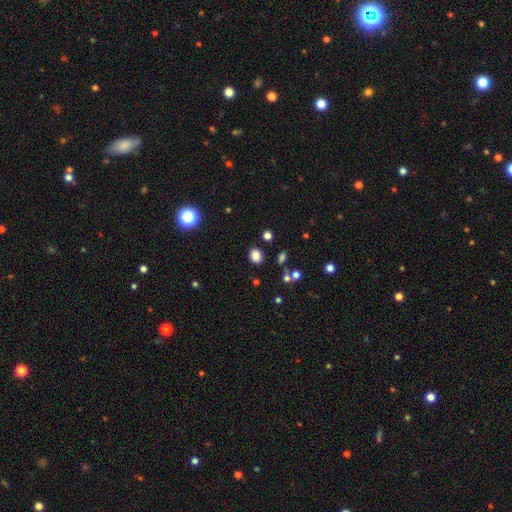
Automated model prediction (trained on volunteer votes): Morphology: type=smooth (83%); roundness=round (54%); merging=none (86%).